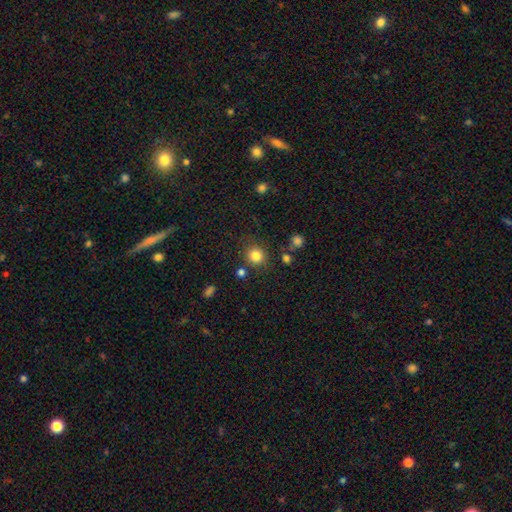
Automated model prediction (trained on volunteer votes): This appears to be a smooth galaxy with no disk features (83%) that is round (89%). Merging: none (82%).